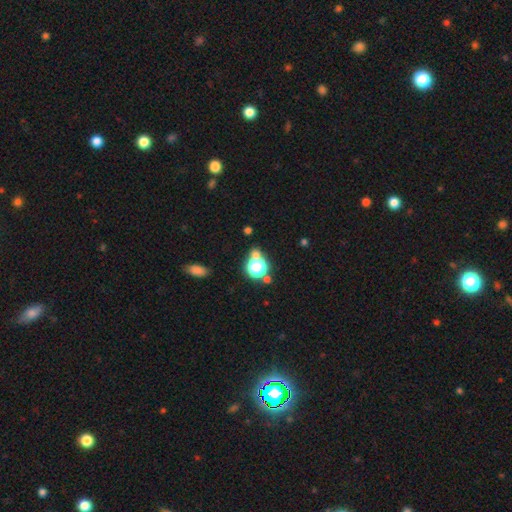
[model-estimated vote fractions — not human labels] The model was most divided on "smooth or featured": smooth: 55%, star or artifact: 37%, featured or disk: 8%. More confident: how rounded — round (78%); merging — none (61%).